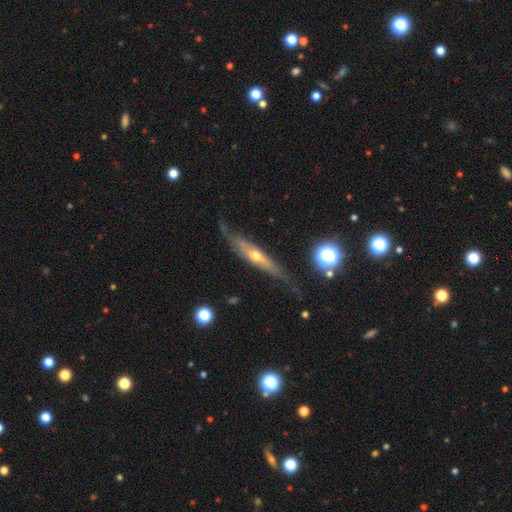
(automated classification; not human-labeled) Smooth or featured: featured or disk — 73% (smooth — 21%)
Edge-on disk: yes — 81% (no — 19%)
Edge-on bulge: rounded — 81% (none — 15%)
Merging: none — 65% (minor disturbance — 24%)